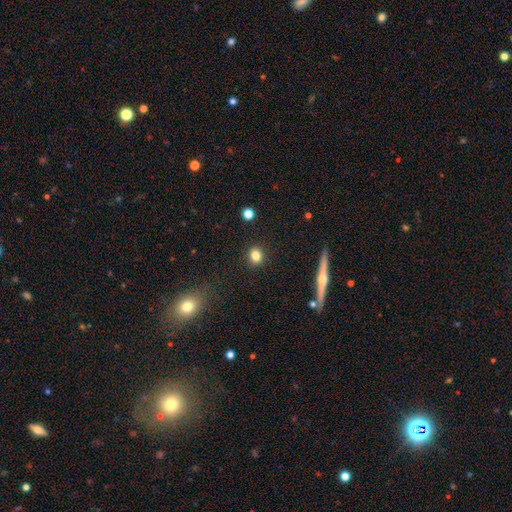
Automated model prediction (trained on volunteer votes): Smooth or featured: smooth — 81% (star or artifact — 11%)
How rounded: round — 72% (in between — 26%)
Merging: none — 90% (minor disturbance — 7%)